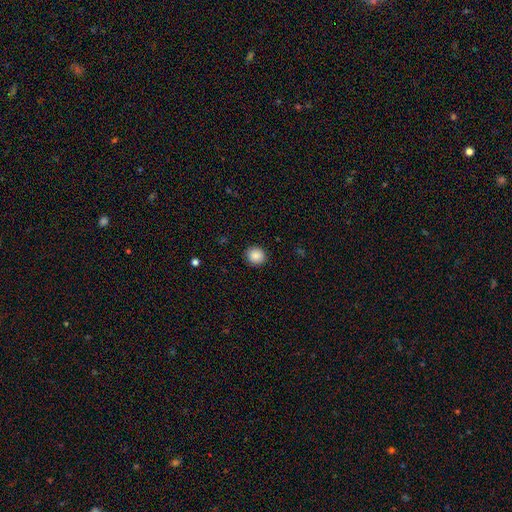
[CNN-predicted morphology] A smooth galaxy with no disk features (87%) that is round (88%).

Vote fractions:
- Smooth or featured? smooth: 87% / star or artifact: 9% / featured or disk: 4%
- How rounded? round: 88% / in between: 11% / cigar-shaped: 1%
- Merging? none: 91% / minor disturbance: 6% / major disturbance: 2% / merger: 1%